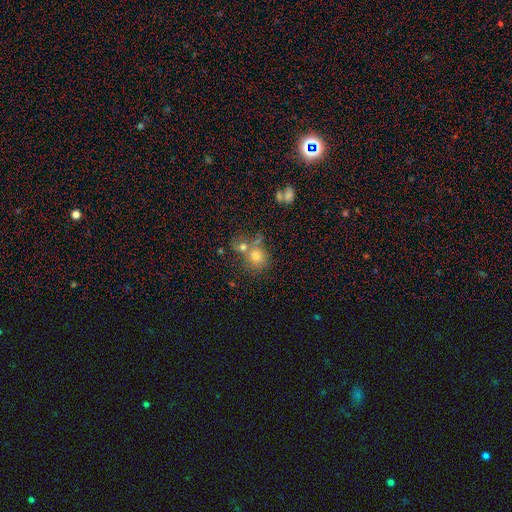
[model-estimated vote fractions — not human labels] This is likely a smooth galaxy (70%). How rounded: likely round (78%). Merging: possibly none (45%).